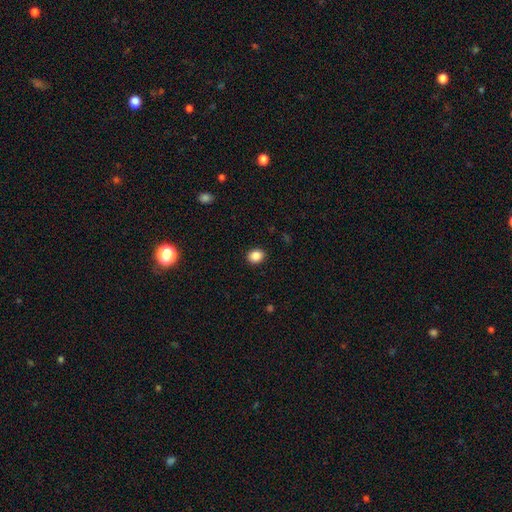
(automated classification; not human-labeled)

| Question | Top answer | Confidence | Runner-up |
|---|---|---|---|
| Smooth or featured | smooth | 87% | star or artifact (9%) |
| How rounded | round | 63% | in between (36%) |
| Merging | none | 91% | minor disturbance (6%) |